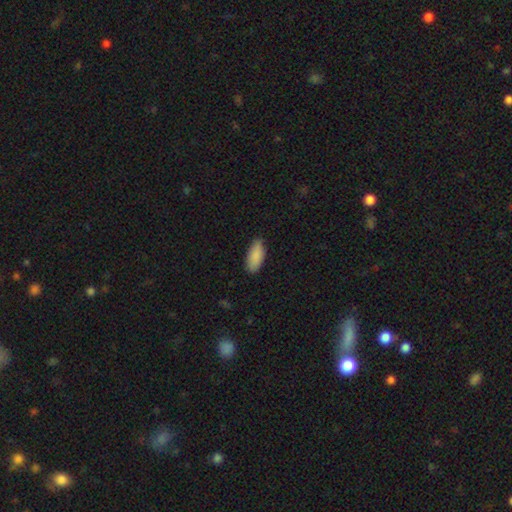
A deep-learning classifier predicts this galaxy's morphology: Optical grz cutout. It shows a smooth galaxy with no disk features (89%) that is in between round and cigar-shaped (86%). Merging: none (83%).